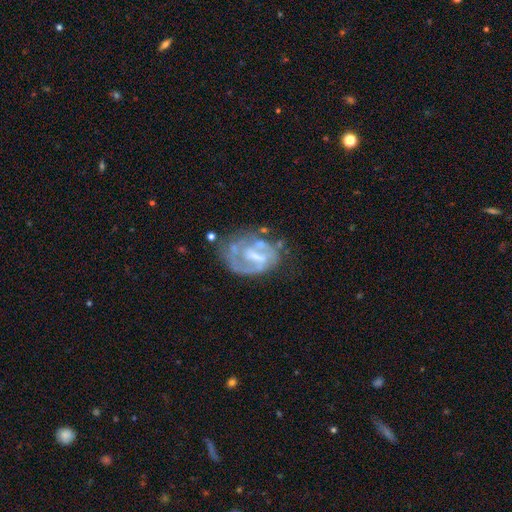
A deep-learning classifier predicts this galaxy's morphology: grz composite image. It shows a featured or disk galaxy (78%) with a weak bar (48%), 2 (43%) tight (43%) spiral arms (74%) and a small central bulge (35%). Merging: none (46%).